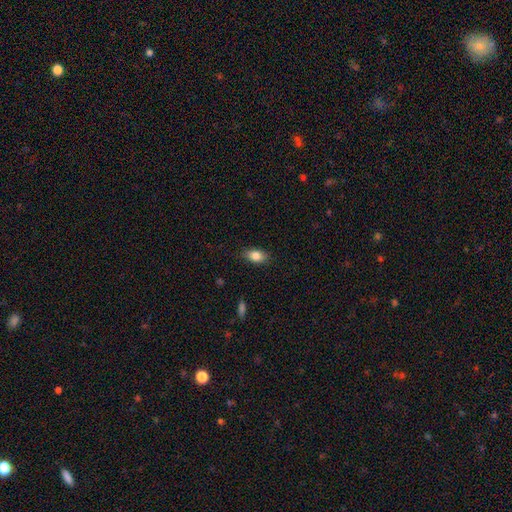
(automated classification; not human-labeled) Q: Smooth or featured?
A: smooth (84%); runner-up: featured or disk (8%)
Q: How rounded?
A: in between (87%); runner-up: round (9%)
Q: Merging?
A: none (84%); runner-up: minor disturbance (12%)